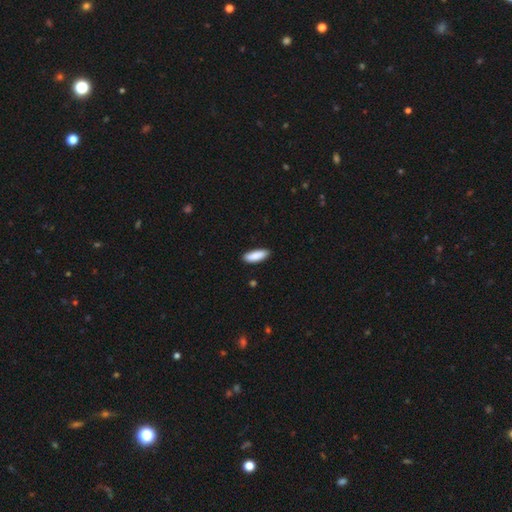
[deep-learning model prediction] Smooth or featured? Predicted: smooth (p=0.89). How rounded? Predicted: in between (p=0.62). Merging? Predicted: none (p=0.86).